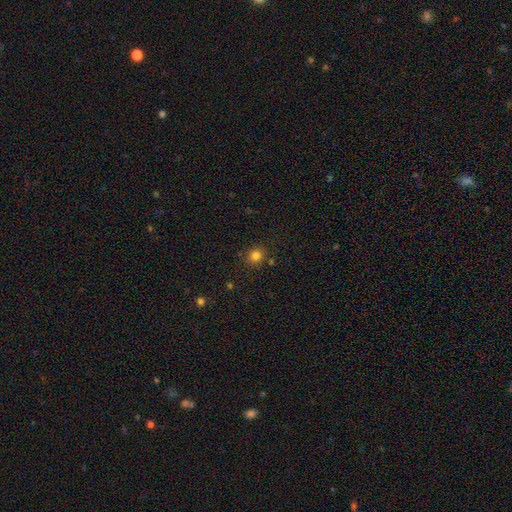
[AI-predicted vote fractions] Smooth or featured? Predicted: smooth (p=0.81). How rounded? Predicted: round (p=0.83). Merging? Predicted: none (p=0.83).